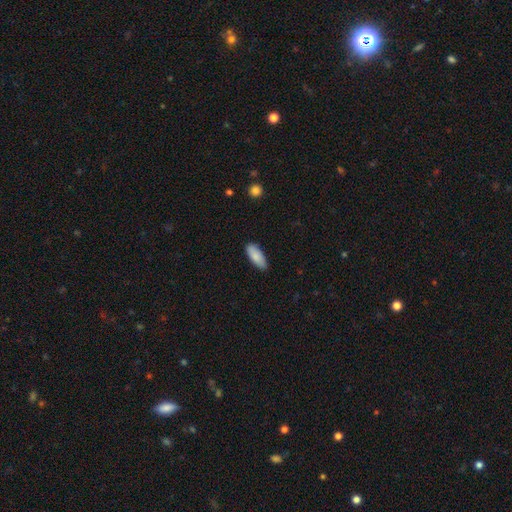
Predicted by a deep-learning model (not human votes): The model was most divided on "how rounded": in between: 79%, cigar-shaped: 20%, round: 2%. More confident: smooth or featured — smooth (87%); merging — none (85%).